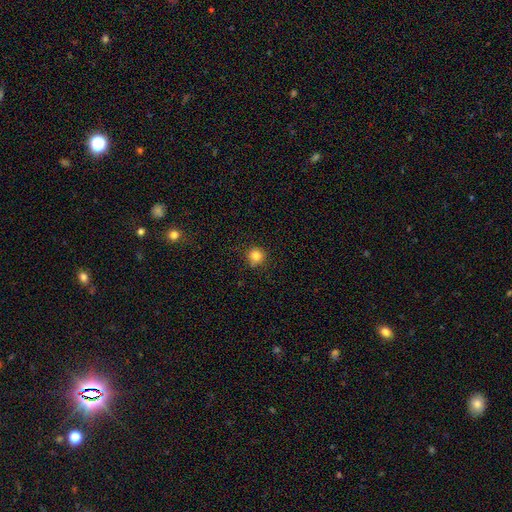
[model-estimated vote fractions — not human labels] Smooth or featured? smooth (81%)
How rounded? round (93%)
Merging? none (82%)